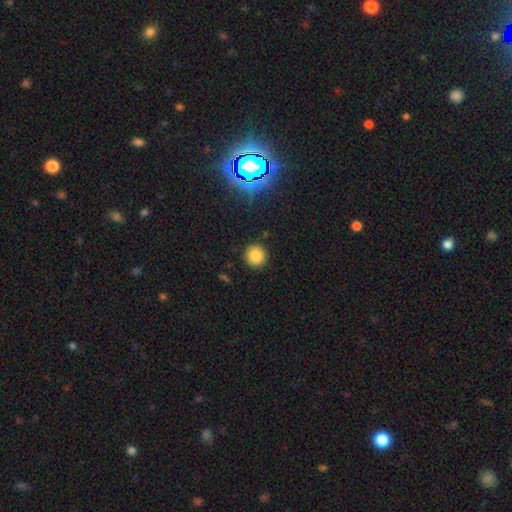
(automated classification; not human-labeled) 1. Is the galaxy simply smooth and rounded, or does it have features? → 81% smooth, 13% star or artifact, 6% featured or disk.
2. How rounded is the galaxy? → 94% round, 5% in between, 1% cigar-shaped.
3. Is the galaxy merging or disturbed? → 91% none, 6% minor disturbance, 2% major disturbance, 1% merger.